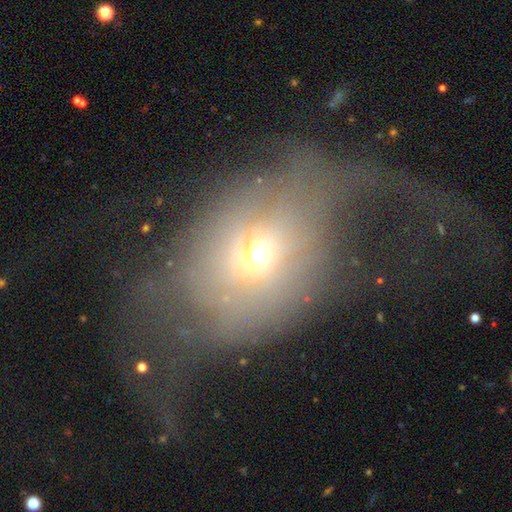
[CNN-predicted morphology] type=smooth (48%); merging=major disturbance (64%).